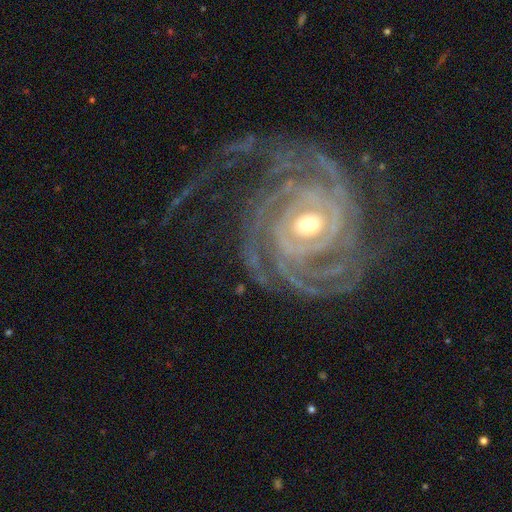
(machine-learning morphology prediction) Smooth or featured? featured or disk (92%)
Edge-on disk? no (97%)
Bar? weak (35%)
Spiral arms? yes (98%)
Spiral winding? tight (77%)
Spiral arm count? 4 (22%)
Bulge size? moderate (63%)
Merging? none (63%)